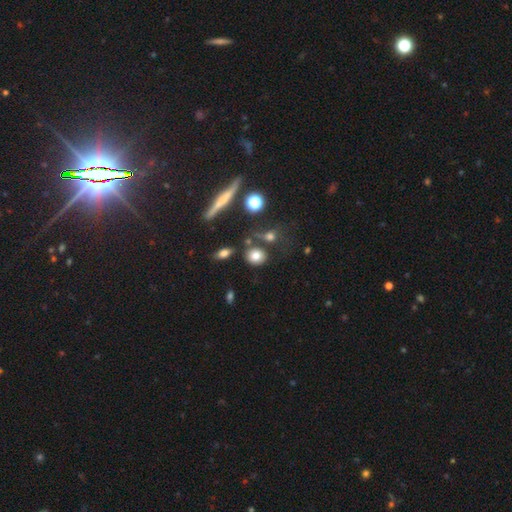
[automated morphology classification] type=smooth (76%); roundness=round (69%); merging=none (72%).